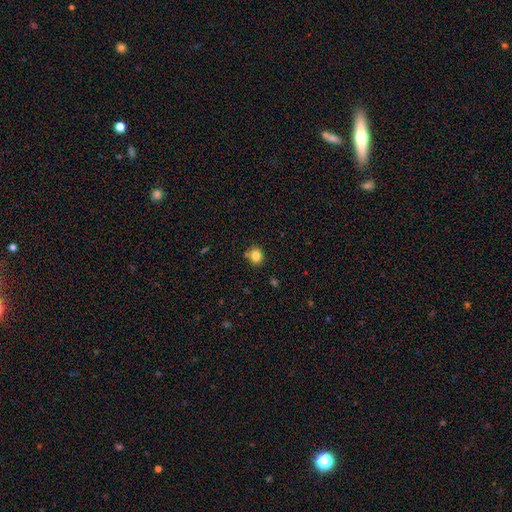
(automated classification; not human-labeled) Smooth or featured: smooth — 82% (star or artifact — 11%)
How rounded: round — 71% (in between — 28%)
Merging: none — 75% (minor disturbance — 14%)